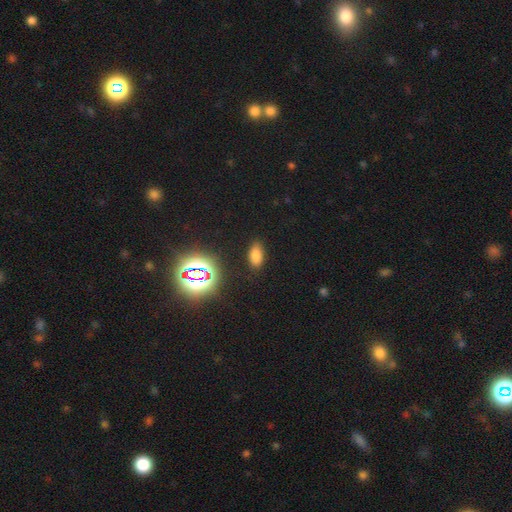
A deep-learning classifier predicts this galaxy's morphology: smooth 72%, star or artifact 21%, featured or disk 6%. Down the decision tree: how rounded — in between (90%); merging — none (84%).